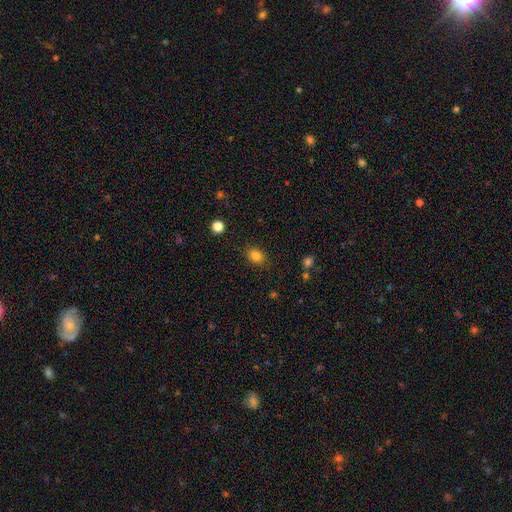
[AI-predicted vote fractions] smooth-or-featured: smooth: 82% | star or artifact: 11% | featured or disk: 6%
  how-rounded: in between: 57% | round: 42% | cigar-shaped: 1%
  merging: none: 85% | minor disturbance: 10% | major disturbance: 3% | merger: 1%